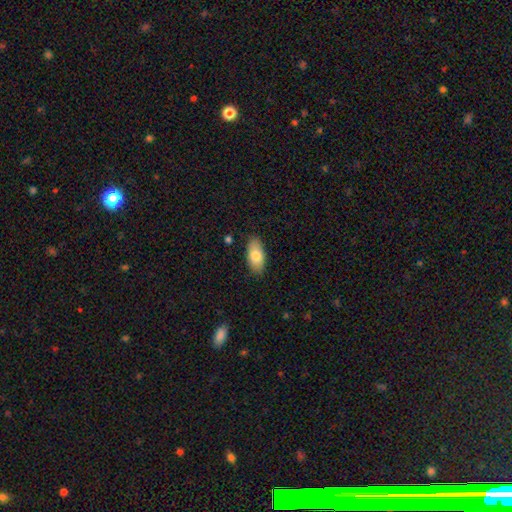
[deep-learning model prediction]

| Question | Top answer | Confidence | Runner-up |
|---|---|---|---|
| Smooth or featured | smooth | 80% | featured or disk (14%) |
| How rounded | in between | 92% | cigar-shaped (6%) |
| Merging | none | 87% | minor disturbance (10%) |